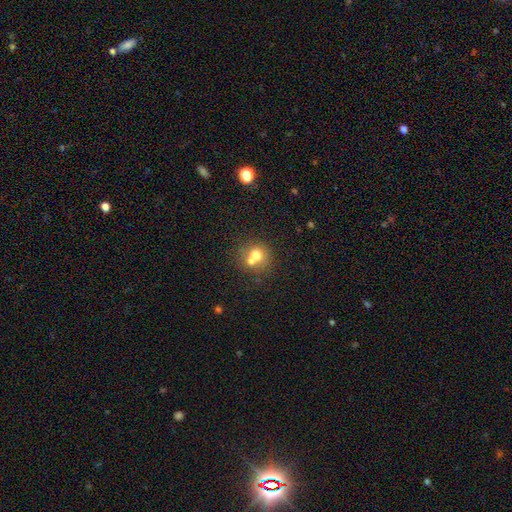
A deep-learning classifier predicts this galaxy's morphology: smooth 68%, featured or disk 20%, star or artifact 12%. Down the decision tree: how rounded — round (82%); merging — merger (50%).